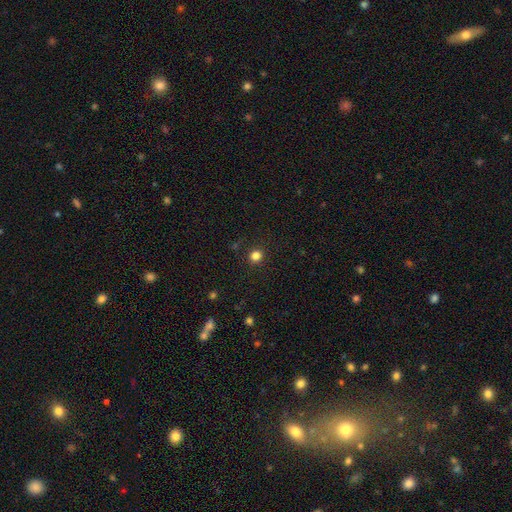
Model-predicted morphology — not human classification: Overall: smooth (82%). How rounded: round (87%). Merging: none (90%).